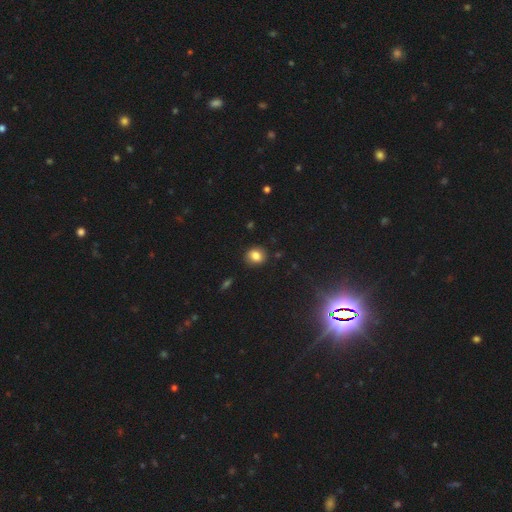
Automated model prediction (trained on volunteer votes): This appears to be a smooth galaxy with no disk features (83%) that is round (70%). Merging: none (87%).